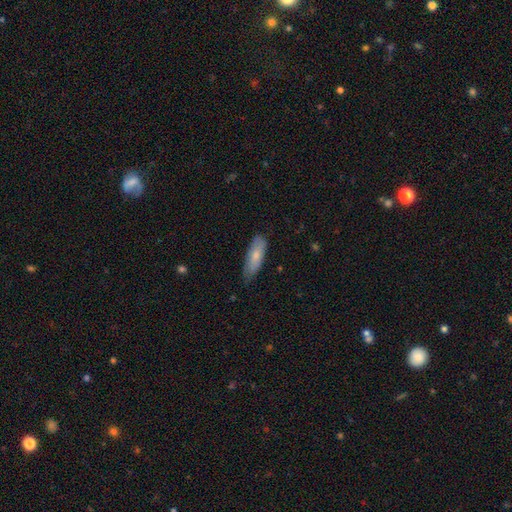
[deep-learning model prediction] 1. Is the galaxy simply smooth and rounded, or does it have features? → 75% smooth, 19% featured or disk, 6% star or artifact.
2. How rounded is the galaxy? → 61% in between, 37% cigar-shaped, 2% round.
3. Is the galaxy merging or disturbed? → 66% none, 28% minor disturbance, 4% major disturbance, 1% merger.